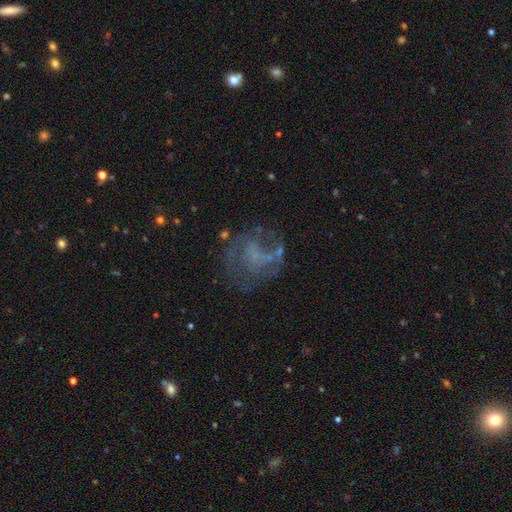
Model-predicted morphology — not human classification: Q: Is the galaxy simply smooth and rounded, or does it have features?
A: featured or disk — 65%.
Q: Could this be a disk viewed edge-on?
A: no — 98%.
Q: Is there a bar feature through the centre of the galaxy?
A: no — 73%.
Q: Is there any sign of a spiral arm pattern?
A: yes — 60%.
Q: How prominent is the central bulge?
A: none — 59%.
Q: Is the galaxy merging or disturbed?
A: none — 58%.